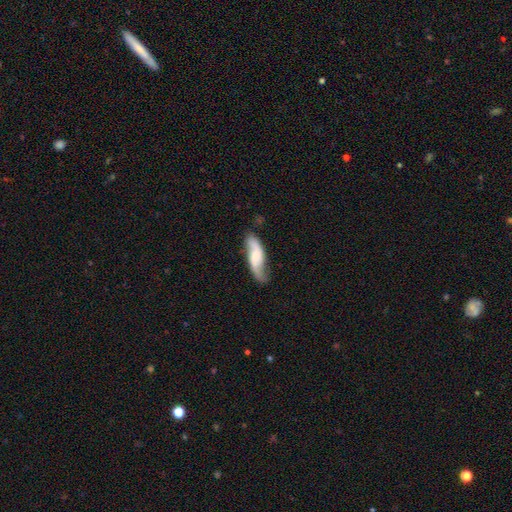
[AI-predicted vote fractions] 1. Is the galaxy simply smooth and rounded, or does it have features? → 62% featured or disk, 33% smooth, 6% star or artifact.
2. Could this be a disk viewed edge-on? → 85% no, 15% yes.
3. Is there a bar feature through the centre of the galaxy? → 56% no, 33% weak, 11% strong.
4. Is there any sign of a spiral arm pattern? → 92% yes, 8% no.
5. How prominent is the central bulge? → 40% small, 39% moderate, 12% none, 7% large, 2% dominant.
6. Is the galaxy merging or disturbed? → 69% none, 22% minor disturbance, 7% major disturbance, 2% merger.